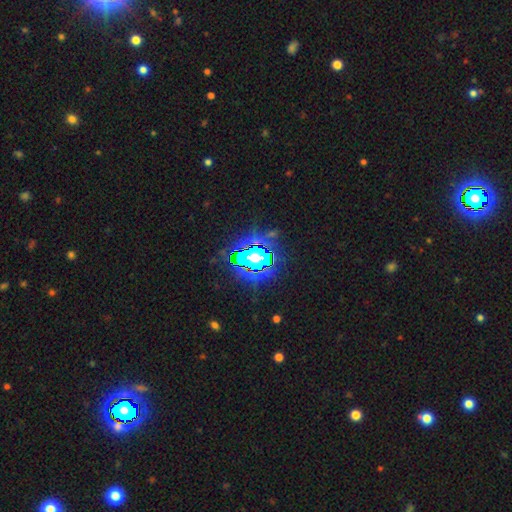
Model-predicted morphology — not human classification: Smooth or featured? star or artifact (64%)